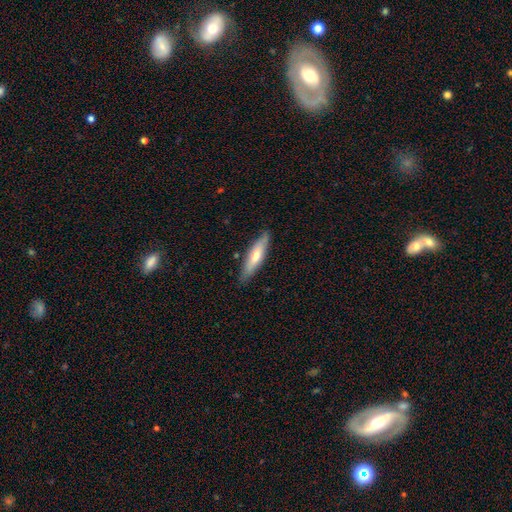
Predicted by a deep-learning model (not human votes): A smooth galaxy with no disk features (54%) that is cigar-shaped (75%). Merging: none (85%).